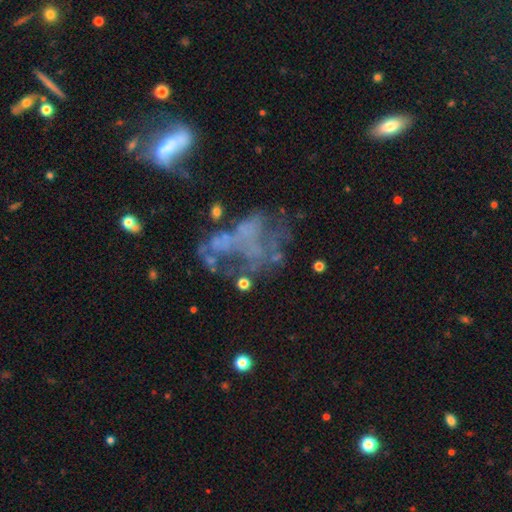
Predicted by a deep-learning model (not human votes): Q: Smooth or featured?
A: featured or disk (61%); runner-up: star or artifact (21%)
Q: Edge-on disk?
A: no (97%); runner-up: yes (3%)
Q: Bar?
A: no (92%); runner-up: weak (6%)
Q: Spiral arms?
A: no (90%); runner-up: yes (10%)
Q: Bulge size?
A: none (84%); runner-up: small (7%)
Q: Merging?
A: major disturbance (38%); runner-up: none (28%)